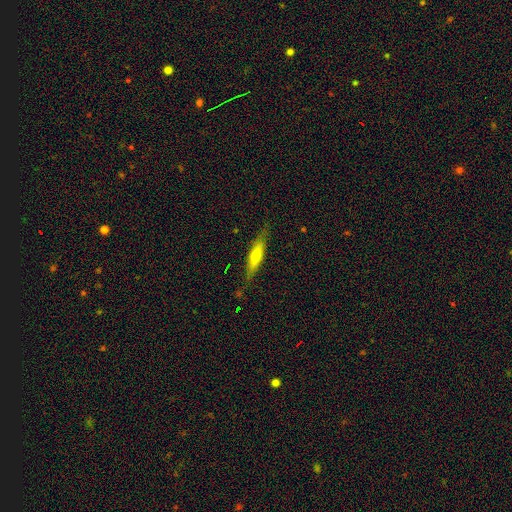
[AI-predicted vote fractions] The model was most divided on "smooth or featured": smooth: 48%, featured or disk: 46%, star or artifact: 6%. More confident: merging — none (81%).